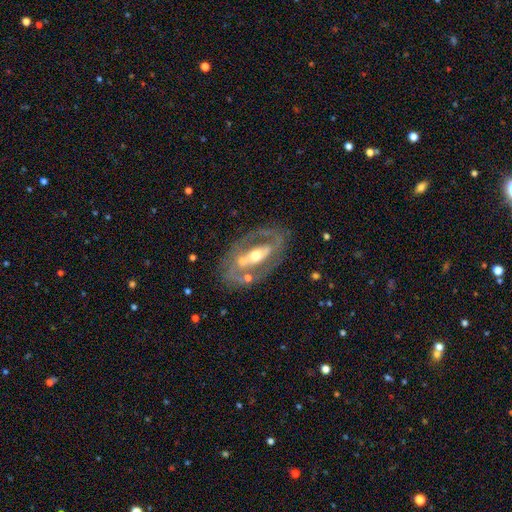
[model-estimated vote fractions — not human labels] Smooth or featured: featured or disk — 78% (smooth — 16%)
Edge-on disk: no — 88% (yes — 12%)
Bar: strong — 39% (no — 38%)
Spiral arms: no — 55% (yes — 45%)
Bulge size: moderate — 65% (small — 24%)
Merging: none — 66% (minor disturbance — 16%)